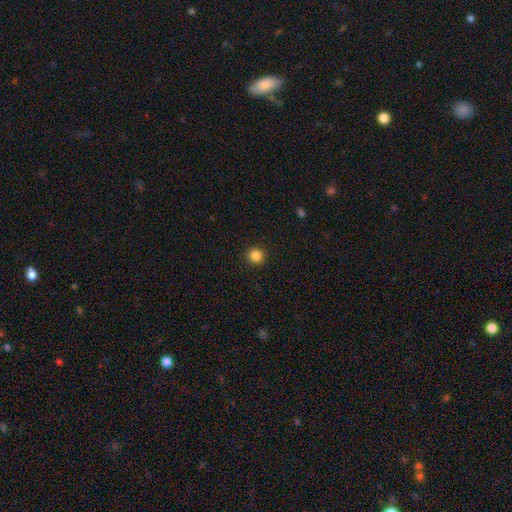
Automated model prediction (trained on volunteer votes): This is clearly a smooth galaxy (86%). How rounded: clearly round (94%). Merging: clearly none (93%).